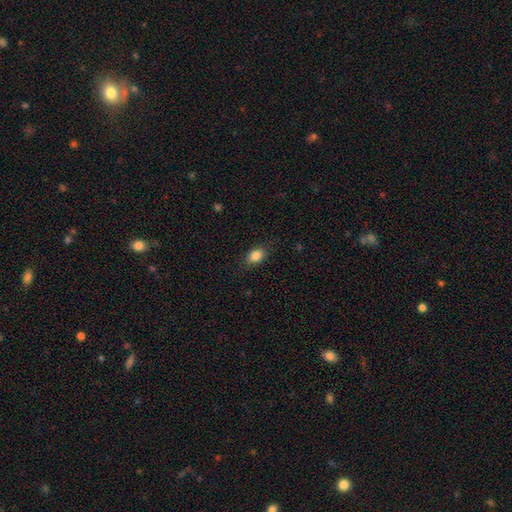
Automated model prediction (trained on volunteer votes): A smooth galaxy with no disk features (85%) that is in between round and cigar-shaped (81%).

Vote fractions:
- Smooth or featured? smooth: 85% / star or artifact: 9% / featured or disk: 6%
- How rounded? in between: 81% / round: 17% / cigar-shaped: 2%
- Merging? none: 84% / minor disturbance: 12% / major disturbance: 3% / merger: 1%